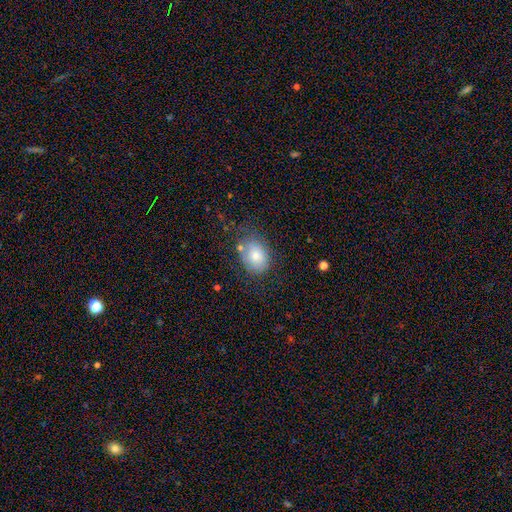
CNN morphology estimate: type=smooth (77%); roundness=in between (66%); merging=none (64%).